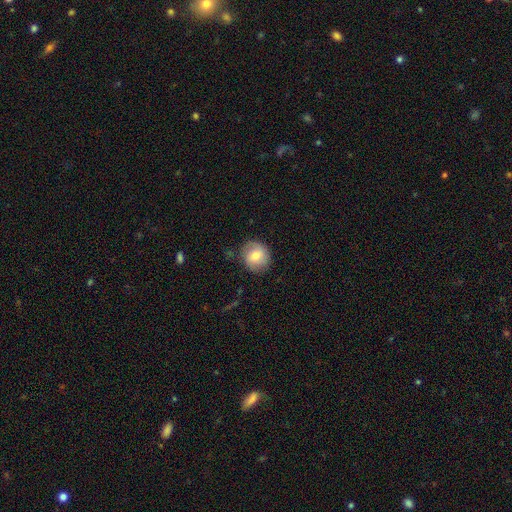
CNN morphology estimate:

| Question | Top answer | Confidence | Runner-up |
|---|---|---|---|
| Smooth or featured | smooth | 74% | featured or disk (18%) |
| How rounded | round | 88% | in between (11%) |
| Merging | none | 81% | minor disturbance (14%) |